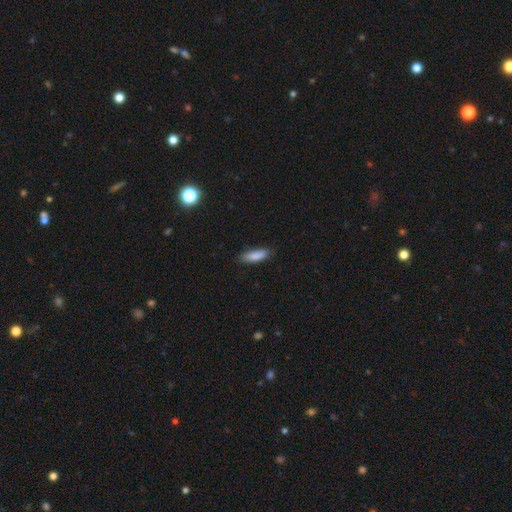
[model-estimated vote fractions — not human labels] smooth 86%, star or artifact 7%, featured or disk 7%. Down the decision tree: how rounded — cigar-shaped (54%); merging — none (81%).